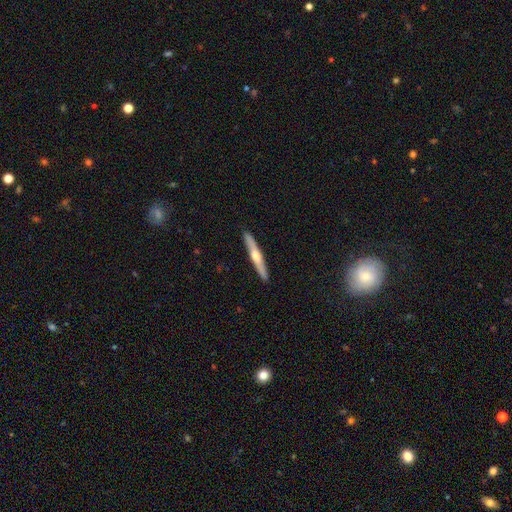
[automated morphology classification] Smooth or featured?
  - featured or disk: 59% *
  - smooth: 36%
  - star or artifact: 6%
Edge-on disk?
  - yes: 96% *
  - no: 4%
Edge-on bulge?
  - rounded: 86% *
  - none: 10%
  - boxy: 4%
Merging?
  - none: 91% *
  - minor disturbance: 6%
  - major disturbance: 1%
  - merger: 1%